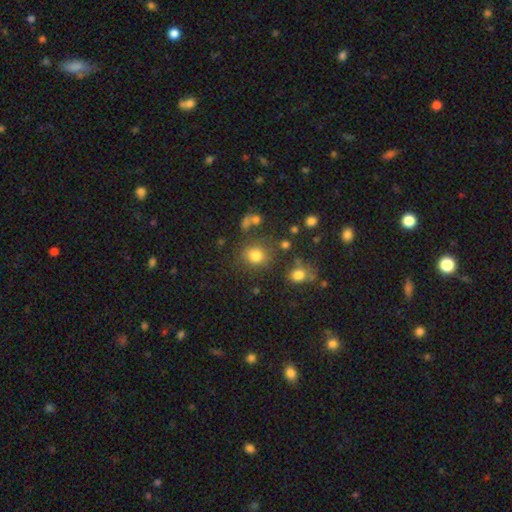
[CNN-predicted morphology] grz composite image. It shows a smooth galaxy with no disk features (78%) that is round (76%). Merging: none (72%).